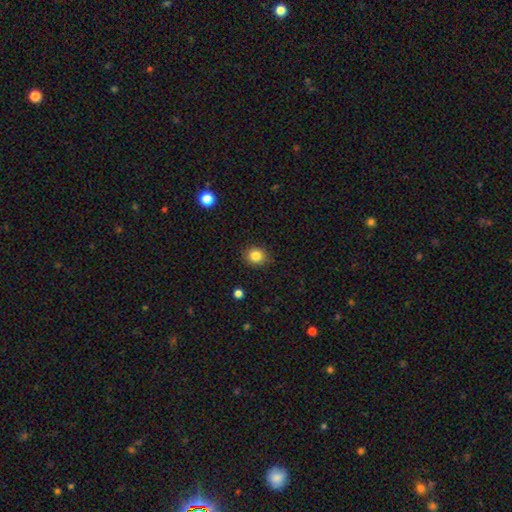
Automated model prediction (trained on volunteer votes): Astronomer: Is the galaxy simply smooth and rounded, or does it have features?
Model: smooth — 84%.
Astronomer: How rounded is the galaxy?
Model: round — 77%.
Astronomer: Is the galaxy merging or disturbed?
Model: none — 89%.